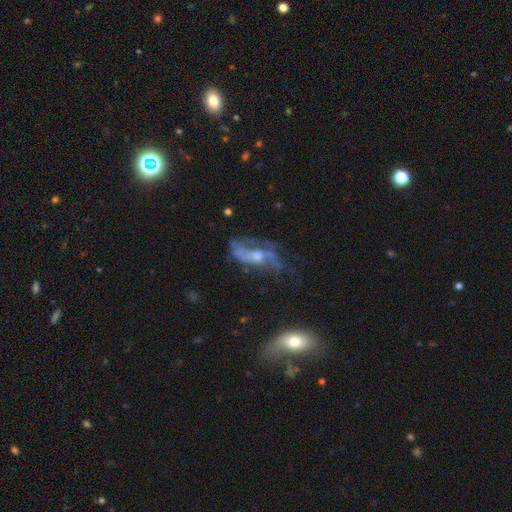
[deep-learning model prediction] Q: Smooth or featured?
A: featured or disk (74%); runner-up: smooth (15%)
Q: Edge-on disk?
A: no (89%); runner-up: yes (11%)
Q: Bar?
A: no (58%); runner-up: weak (32%)
Q: Spiral arms?
A: yes (79%); runner-up: no (21%)
Q: Spiral winding?
A: loose (58%); runner-up: medium (31%)
Q: Spiral arm count?
A: 2 (67%); runner-up: can't tell (16%)
Q: Bulge size?
A: moderate (48%); runner-up: small (36%)
Q: Merging?
A: none (44%); runner-up: major disturbance (28%)